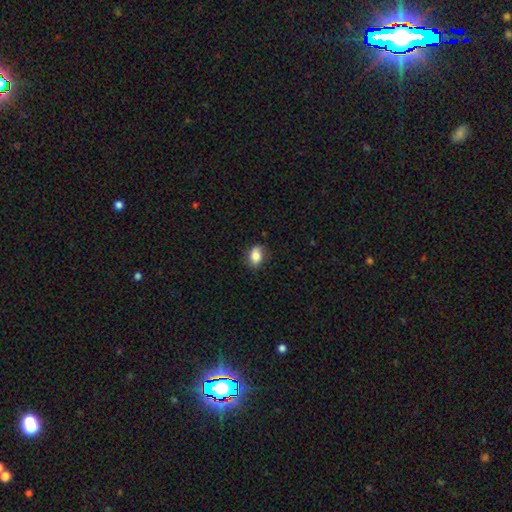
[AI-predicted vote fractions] A smooth galaxy with no disk features (83%) that is in between round and cigar-shaped (78%).

Vote fractions:
- Smooth or featured? smooth: 83% / featured or disk: 9% / star or artifact: 8%
- How rounded? in between: 78% / round: 21% / cigar-shaped: 2%
- Merging? none: 77% / minor disturbance: 18% / major disturbance: 4% / merger: 1%